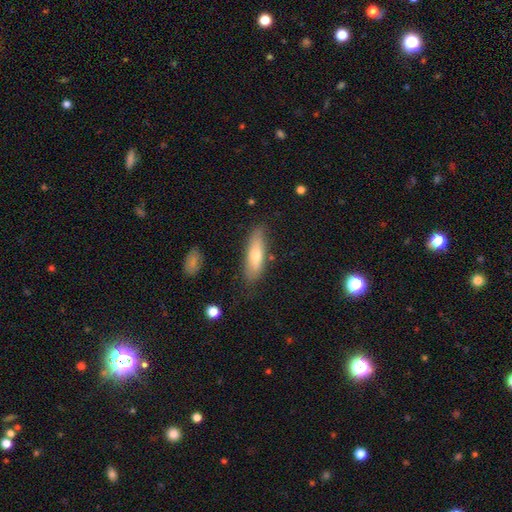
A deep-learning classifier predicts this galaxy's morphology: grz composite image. It shows a smooth galaxy with no disk features (65%) that is in between round and cigar-shaped (50%). Merging: none (75%).